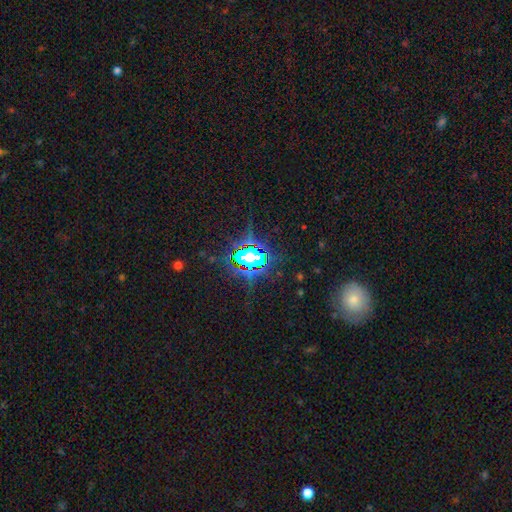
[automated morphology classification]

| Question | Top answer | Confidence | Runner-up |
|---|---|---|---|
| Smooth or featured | star or artifact | 79% | smooth (12%) |